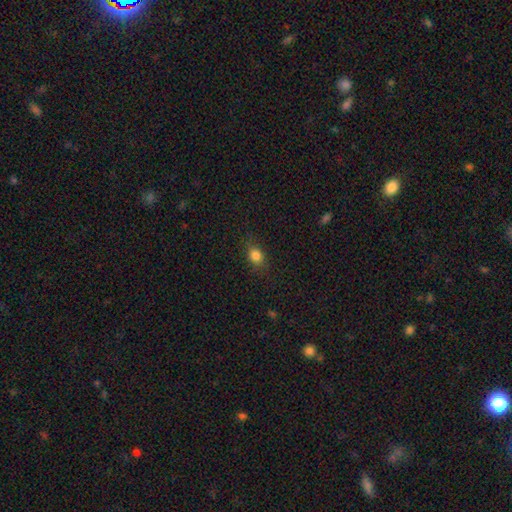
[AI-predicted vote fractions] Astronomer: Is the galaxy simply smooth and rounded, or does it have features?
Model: smooth — 82%.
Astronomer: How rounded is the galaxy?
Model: in between — 52% (runner-up: round, 45%).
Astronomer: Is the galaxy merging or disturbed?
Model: none — 80%.